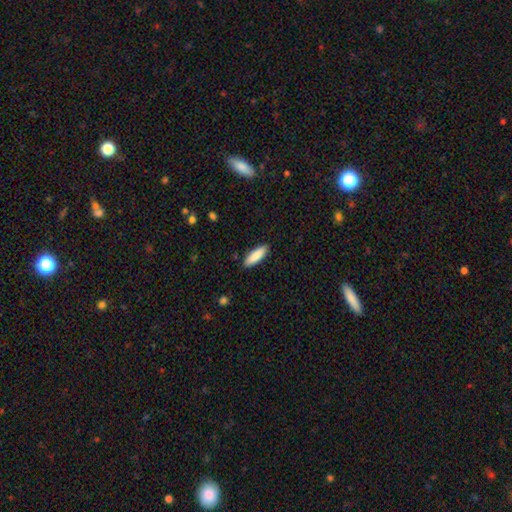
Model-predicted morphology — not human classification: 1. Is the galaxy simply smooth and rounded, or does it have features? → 87% smooth, 8% featured or disk, 6% star or artifact.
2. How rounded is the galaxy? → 51% in between, 47% cigar-shaped, 1% round.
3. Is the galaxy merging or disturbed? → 89% none, 8% minor disturbance, 2% major disturbance, 1% merger.